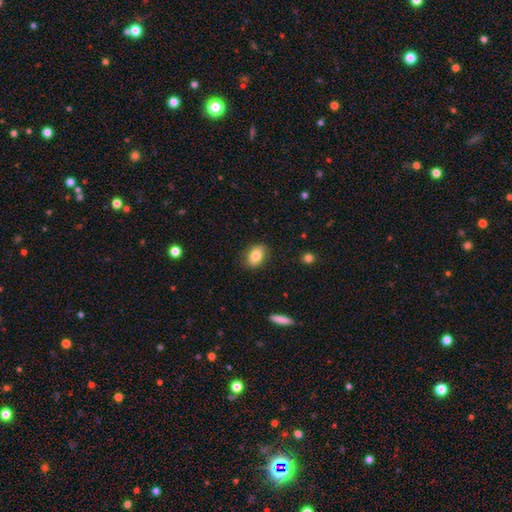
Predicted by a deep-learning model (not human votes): Smooth or featured: smooth — 82% (featured or disk — 10%)
How rounded: in between — 83% (round — 15%)
Merging: none — 86% (minor disturbance — 11%)